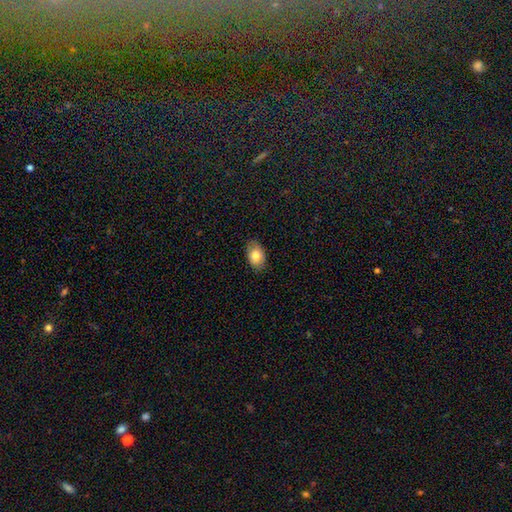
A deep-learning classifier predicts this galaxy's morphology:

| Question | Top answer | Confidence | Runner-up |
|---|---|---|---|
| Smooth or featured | smooth | 79% | featured or disk (14%) |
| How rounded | in between | 87% | round (11%) |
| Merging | none | 83% | minor disturbance (14%) |